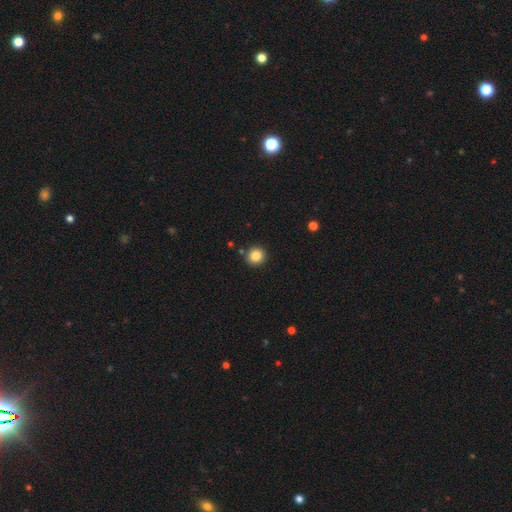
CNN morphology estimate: The model was most divided on "smooth or featured": smooth: 86%, star or artifact: 10%, featured or disk: 4%. More confident: how rounded — round (93%); merging — none (89%).